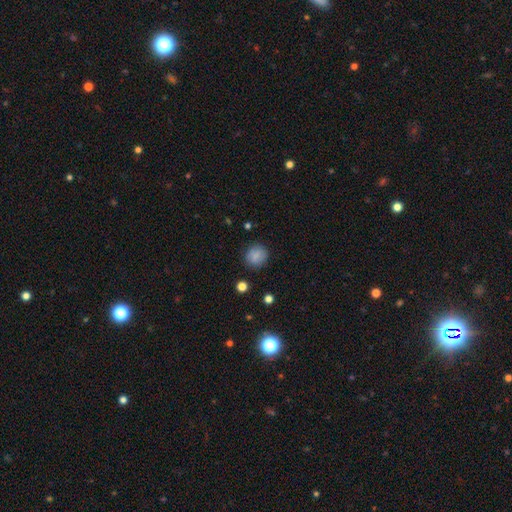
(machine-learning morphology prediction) A smooth galaxy with no disk features (82%) that is round (85%).

Vote fractions:
- Smooth or featured? smooth: 82% / star or artifact: 10% / featured or disk: 8%
- How rounded? round: 85% / in between: 14% / cigar-shaped: 1%
- Merging? none: 84% / minor disturbance: 11% / major disturbance: 3% / merger: 2%